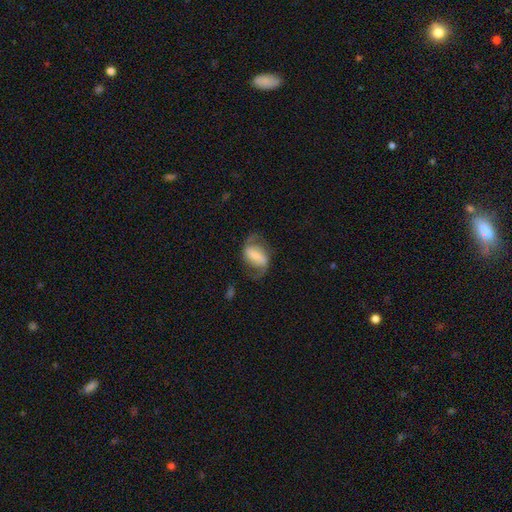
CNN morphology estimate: type=featured or disk (74%); edge-on=no (97%); bar=strong (49%); spiral arms=yes (91%); winding=loose (47%); arm count=2 (91%); bulge=small (35%); merging=none (64%).